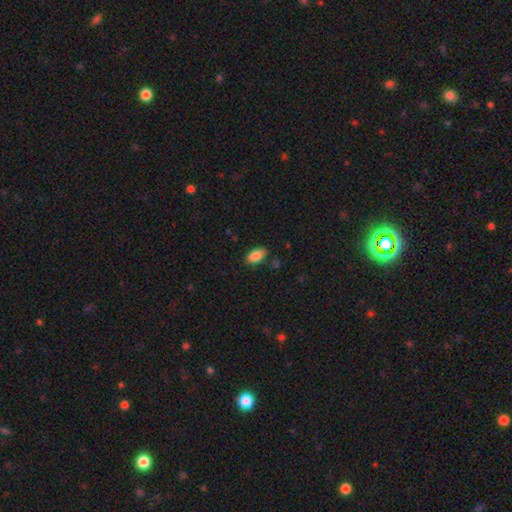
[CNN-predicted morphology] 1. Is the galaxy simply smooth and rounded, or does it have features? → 85% smooth, 7% featured or disk, 7% star or artifact.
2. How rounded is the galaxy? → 93% in between, 4% round, 3% cigar-shaped.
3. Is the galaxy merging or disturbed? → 82% none, 13% minor disturbance, 3% major disturbance, 2% merger.